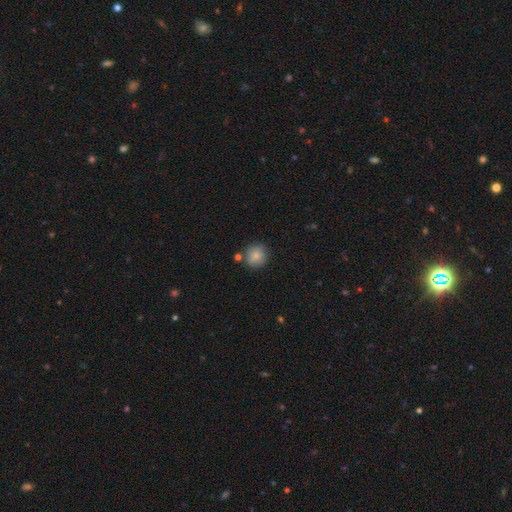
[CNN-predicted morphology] Q: Smooth or featured?
A: smooth (83%); runner-up: star or artifact (9%)
Q: How rounded?
A: round (91%); runner-up: in between (8%)
Q: Merging?
A: none (80%); runner-up: minor disturbance (11%)